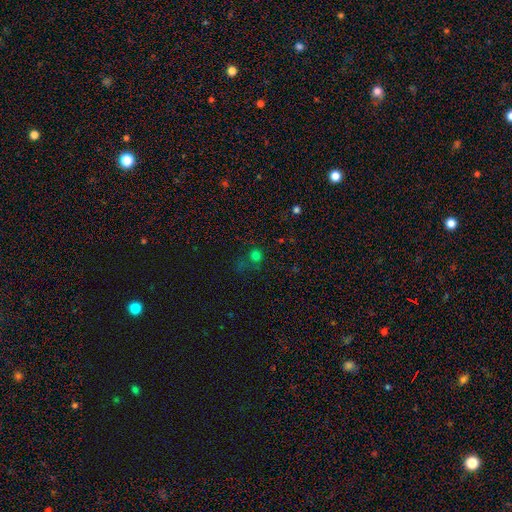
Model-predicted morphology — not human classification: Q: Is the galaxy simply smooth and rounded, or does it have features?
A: smooth — 64%.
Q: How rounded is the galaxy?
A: round — 85%.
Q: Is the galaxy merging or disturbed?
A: none — 61%.